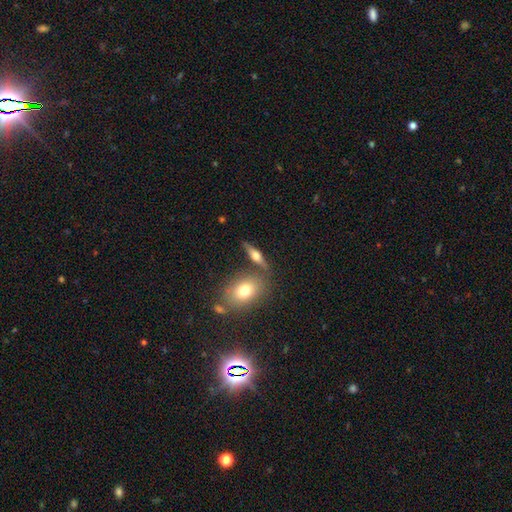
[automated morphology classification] smooth_or_featured: featured or disk (p=0.54) [alt: smooth p=0.38]
disk_edge_on: yes (p=0.91) [alt: no p=0.09]
merging: none (p=0.74) [alt: minor disturbance p=0.11]